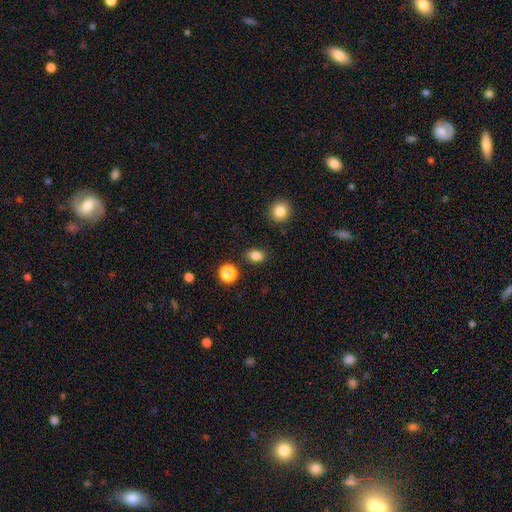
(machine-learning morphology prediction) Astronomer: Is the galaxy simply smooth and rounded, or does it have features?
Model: smooth — 84%.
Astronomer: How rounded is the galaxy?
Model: in between — 66%.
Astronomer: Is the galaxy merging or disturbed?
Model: none — 86%.